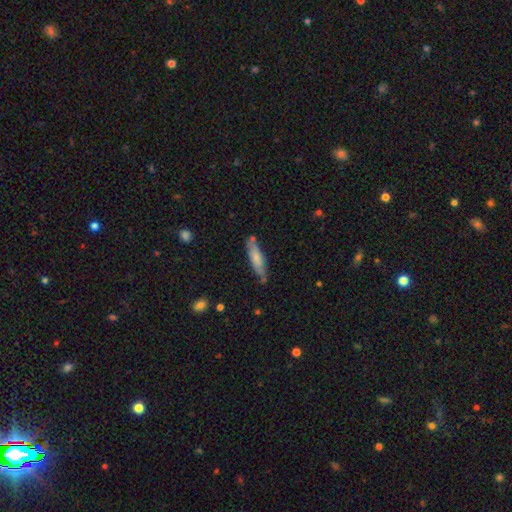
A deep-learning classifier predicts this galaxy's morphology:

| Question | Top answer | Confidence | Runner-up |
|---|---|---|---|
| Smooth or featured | smooth | 61% | featured or disk (33%) |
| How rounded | cigar-shaped | 75% | in between (24%) |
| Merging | none | 75% | minor disturbance (18%) |